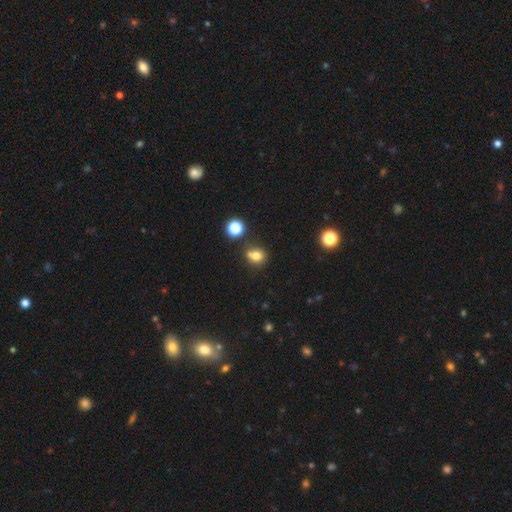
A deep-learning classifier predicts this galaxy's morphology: A smooth galaxy with no disk features (74%) that is round (67%). Merging: none (54%).